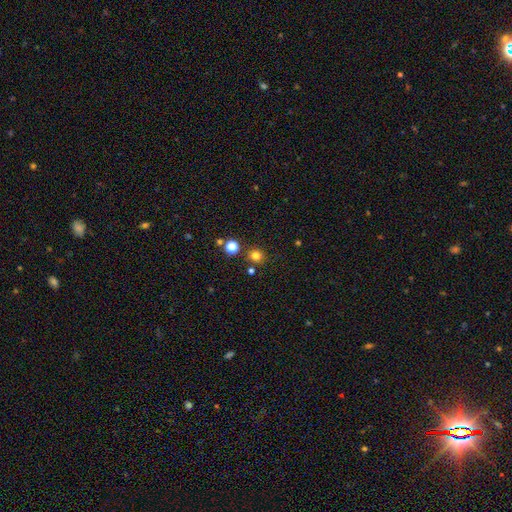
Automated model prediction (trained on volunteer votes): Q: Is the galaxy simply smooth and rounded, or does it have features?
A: smooth — 78%.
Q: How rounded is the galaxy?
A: round — 92%.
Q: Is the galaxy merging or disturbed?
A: none — 85%.